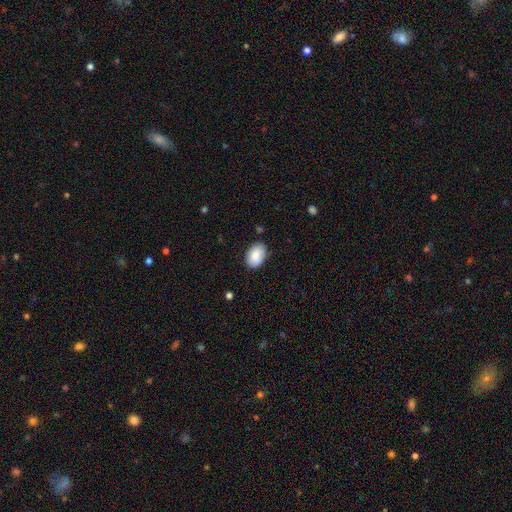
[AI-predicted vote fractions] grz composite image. It shows a smooth galaxy with no disk features (83%) that is in between round and cigar-shaped (87%). Merging: none (82%).